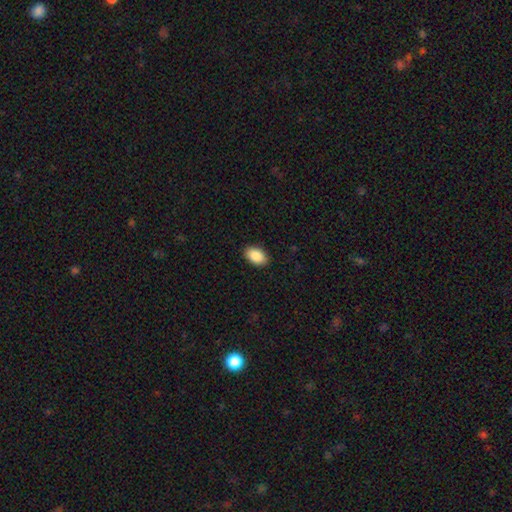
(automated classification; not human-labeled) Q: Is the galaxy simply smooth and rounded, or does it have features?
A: smooth — 89%.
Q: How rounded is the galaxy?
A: in between — 92%.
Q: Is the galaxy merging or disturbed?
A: none — 90%.